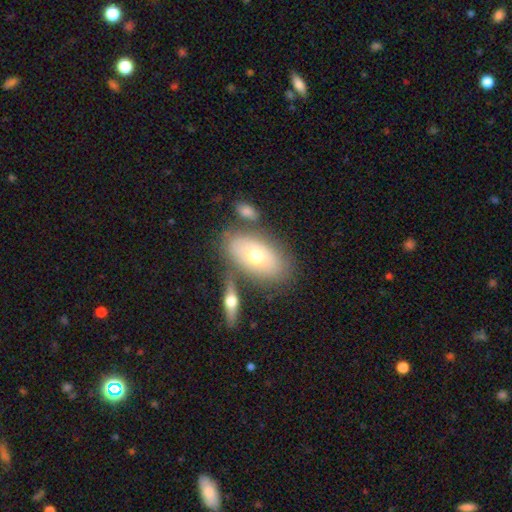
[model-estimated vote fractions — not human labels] Morphology: type=smooth (60%); roundness=in between (91%); merging=none (63%).